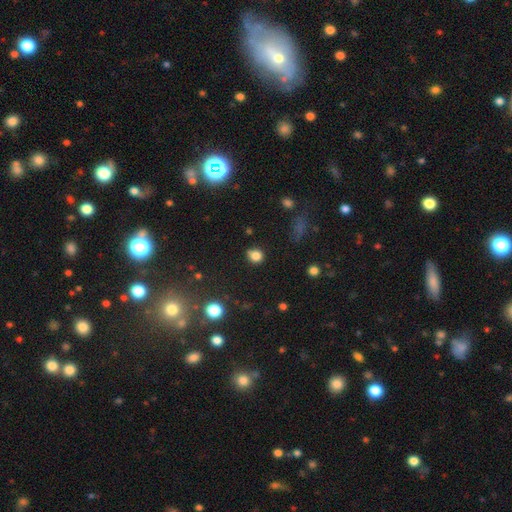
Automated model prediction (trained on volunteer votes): This is clearly a smooth galaxy (82%). How rounded: likely round (79%). Merging: likely none (76%).